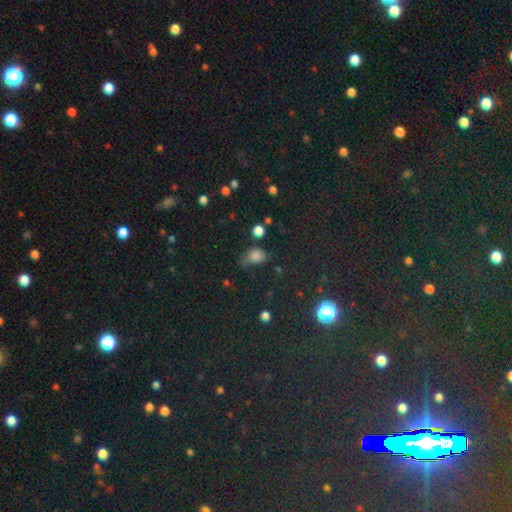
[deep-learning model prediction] smooth 68%, star or artifact 23%, featured or disk 9%. Down the decision tree: how rounded — in between (64%); merging — none (48%).